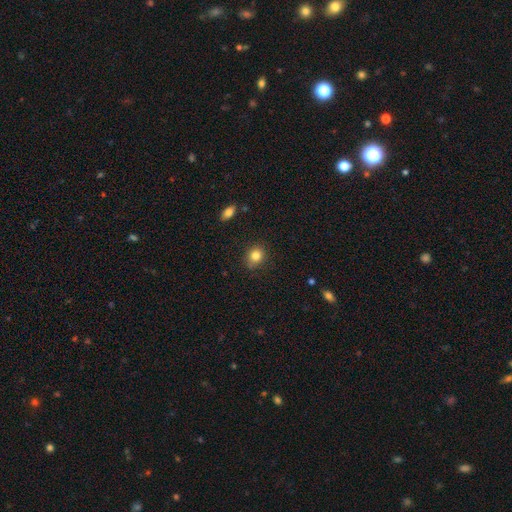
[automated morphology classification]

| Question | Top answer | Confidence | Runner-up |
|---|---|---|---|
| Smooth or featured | smooth | 83% | star or artifact (10%) |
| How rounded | round | 70% | in between (29%) |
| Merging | none | 82% | minor disturbance (14%) |